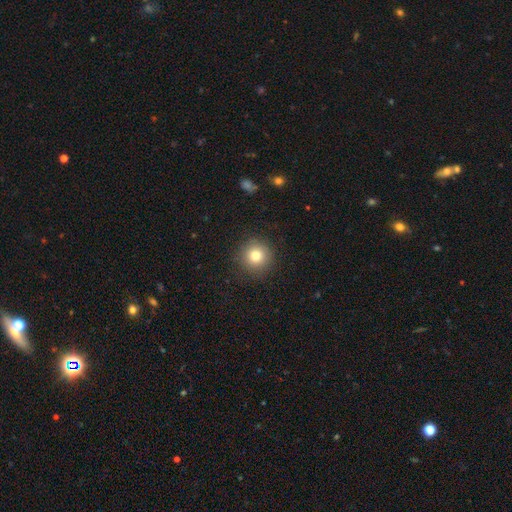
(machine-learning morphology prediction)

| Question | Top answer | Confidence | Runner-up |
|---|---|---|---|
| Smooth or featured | smooth | 80% | star or artifact (11%) |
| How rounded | round | 94% | in between (5%) |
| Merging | none | 90% | minor disturbance (7%) |